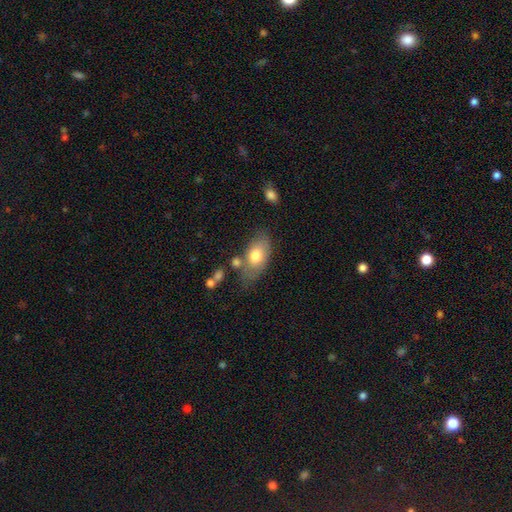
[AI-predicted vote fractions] Smooth or featured? smooth (74%)
How rounded? in between (90%)
Merging? none (57%)